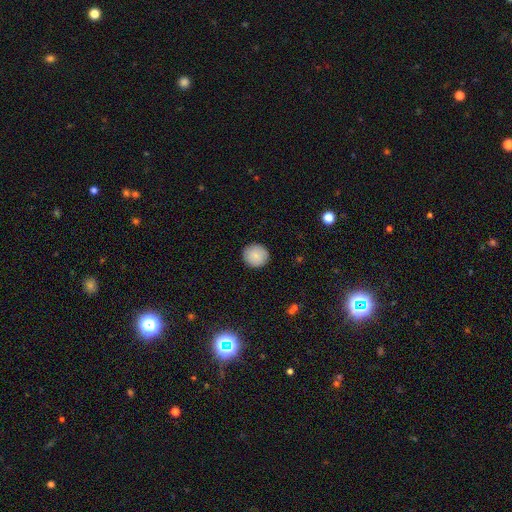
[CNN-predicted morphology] Q: Smooth or featured?
A: smooth (85%); runner-up: featured or disk (8%)
Q: How rounded?
A: round (93%); runner-up: in between (6%)
Q: Merging?
A: none (91%); runner-up: minor disturbance (7%)